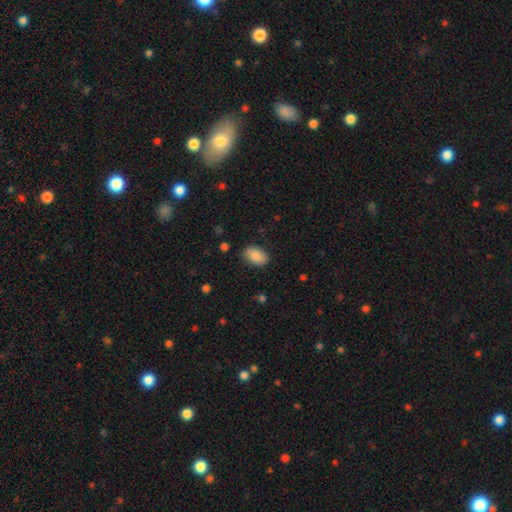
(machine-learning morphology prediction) This appears to be a smooth galaxy with no disk features (86%) that is in between round and cigar-shaped (89%). Merging: none (85%).